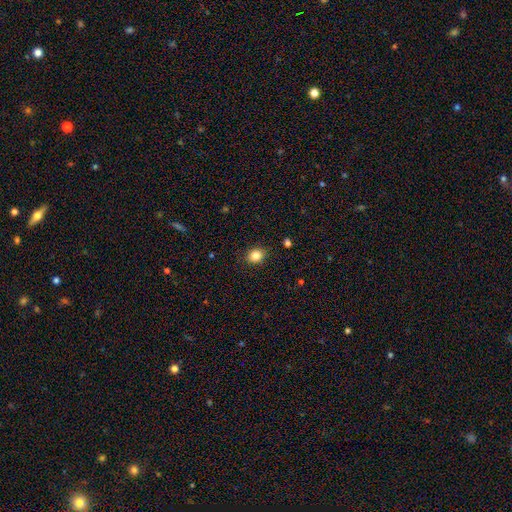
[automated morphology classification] Q: Smooth or featured?
A: smooth (84%); runner-up: star or artifact (11%)
Q: How rounded?
A: round (58%); runner-up: in between (41%)
Q: Merging?
A: none (89%); runner-up: minor disturbance (8%)